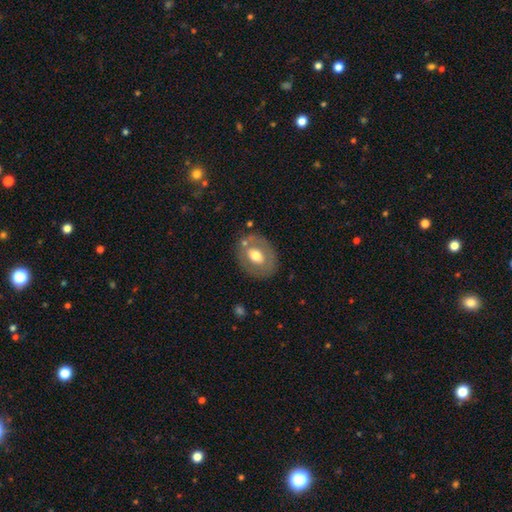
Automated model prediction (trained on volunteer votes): Q: Smooth or featured?
A: smooth (53%); runner-up: featured or disk (41%)
Q: How rounded?
A: in between (60%); runner-up: round (39%)
Q: Merging?
A: none (75%); runner-up: minor disturbance (14%)